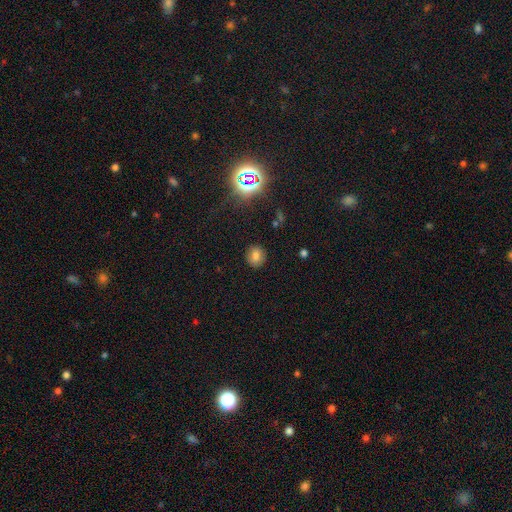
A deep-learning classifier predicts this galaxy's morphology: This appears to be a smooth galaxy with no disk features (75%) that is round (77%). Merging: none (88%).